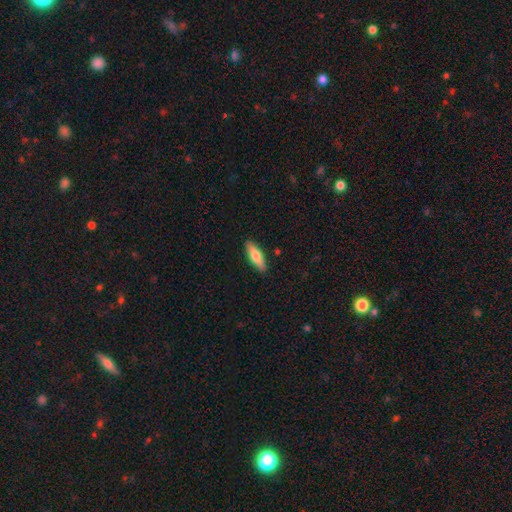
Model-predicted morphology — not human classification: Smooth or featured? smooth (64%)
How rounded? cigar-shaped (49%)
Merging? none (89%)